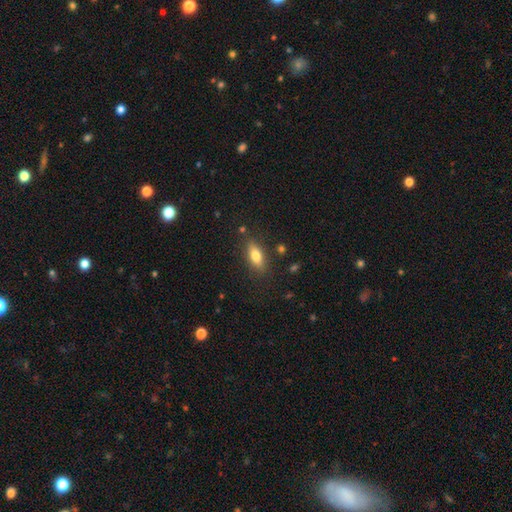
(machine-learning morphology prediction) This is likely a smooth galaxy (73%). How rounded: likely in between (74%). Merging: clearly none (83%).